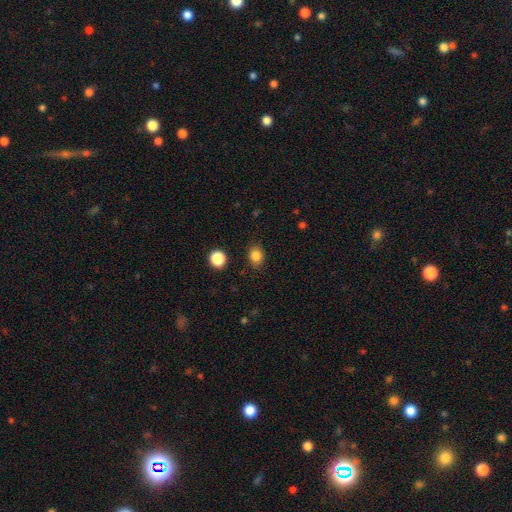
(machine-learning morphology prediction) smooth_or_featured: smooth (p=0.84) [alt: star or artifact p=0.11]
how_rounded: in between (p=0.50) [alt: round p=0.49]
merging: none (p=0.85) [alt: minor disturbance p=0.10]